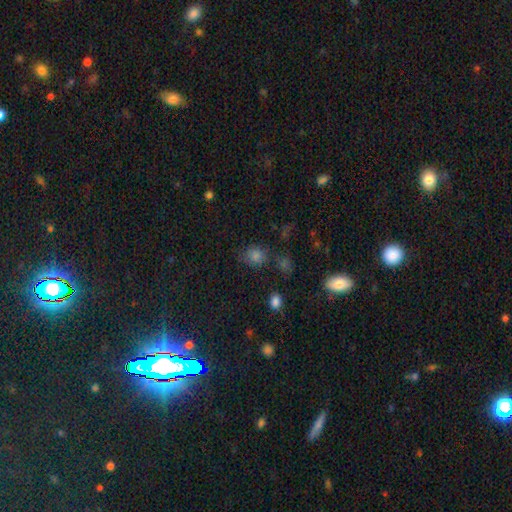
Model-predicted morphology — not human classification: This is likely a smooth galaxy (72%). How rounded: possibly round (60%). Merging: likely none (68%).